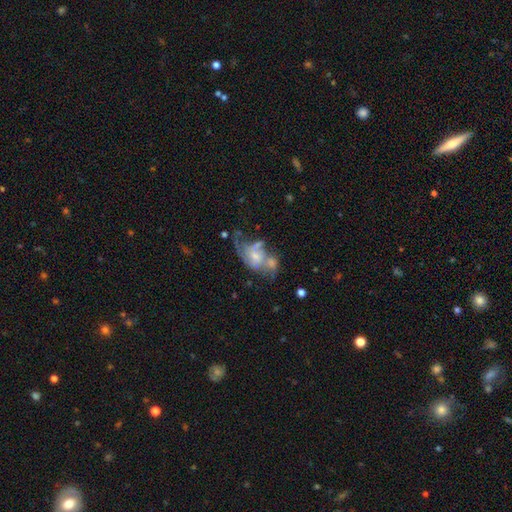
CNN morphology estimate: A featured or disk galaxy (66%) with no bar (69%), spiral arms (69%) and a small central bulge (46%).

Vote fractions:
- Smooth or featured? featured or disk: 66% / smooth: 25% / star or artifact: 9%
- Edge-on disk? no: 96% / yes: 4%
- Bar? no: 69% / weak: 26% / strong: 5%
- Spiral arms? yes: 69% / no: 31%
- Bulge size? small: 46% / moderate: 38% / none: 9% / large: 5% / dominant: 2%
- Merging? major disturbance: 30% (tied) / merger: 30% (tied) / none: 23% / minor disturbance: 17%